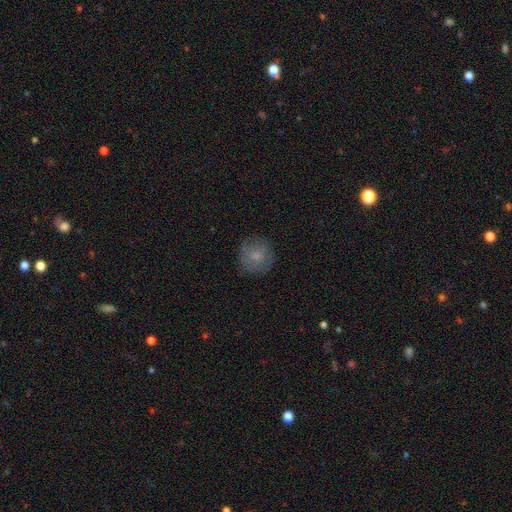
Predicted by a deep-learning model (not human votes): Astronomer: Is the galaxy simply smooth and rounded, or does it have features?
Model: smooth — 69%.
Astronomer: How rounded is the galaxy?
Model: round — 89%.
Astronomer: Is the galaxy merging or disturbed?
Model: none — 74%.